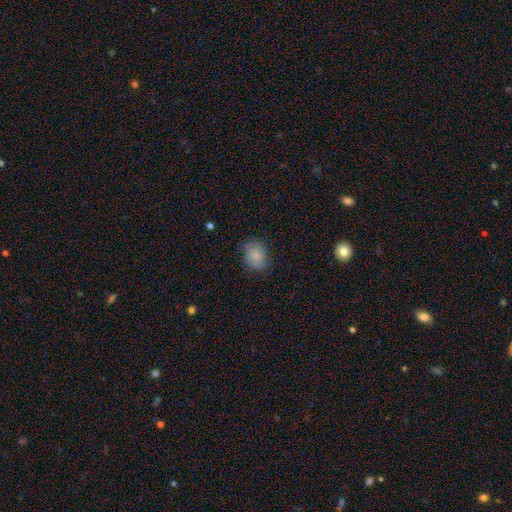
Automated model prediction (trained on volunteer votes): A smooth galaxy with no disk features (77%) that is round (60%). Merging: none (69%).